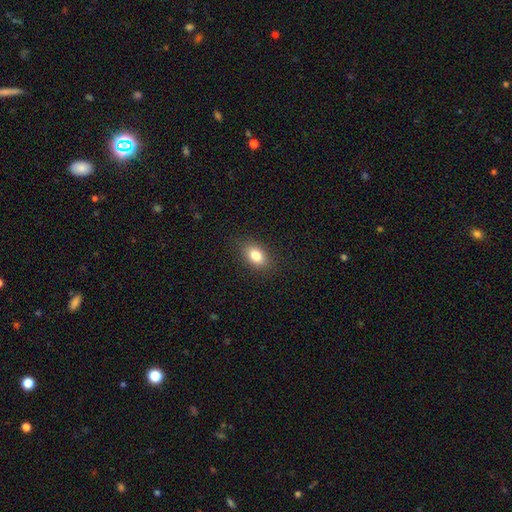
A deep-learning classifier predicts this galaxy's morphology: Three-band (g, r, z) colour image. It shows a smooth galaxy with no disk features (82%) that is in between round and cigar-shaped (83%). Merging: none (87%).